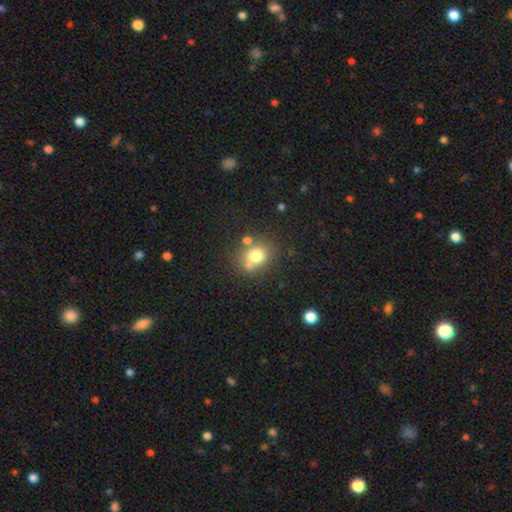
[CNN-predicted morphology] This is likely a smooth galaxy (72%). How rounded: likely round (69%). Merging: possibly none (58%).